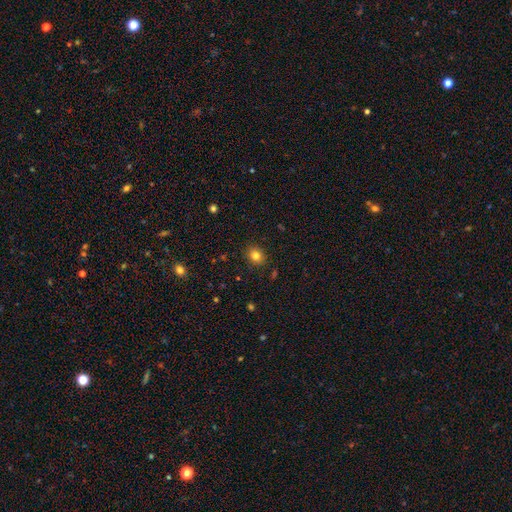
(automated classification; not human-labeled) smooth 81%, star or artifact 12%, featured or disk 7%. Down the decision tree: how rounded — round (63%); merging — none (89%).